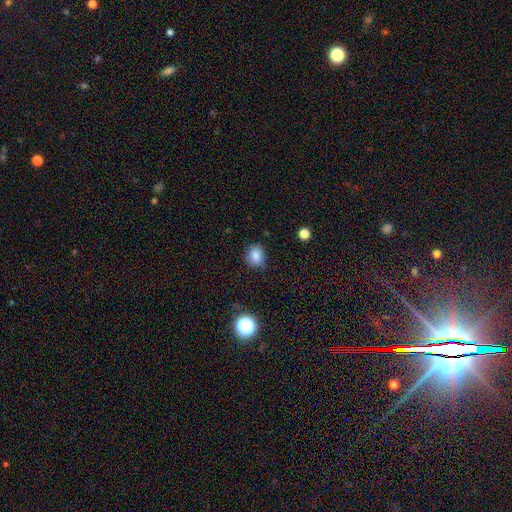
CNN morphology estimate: smooth_or_featured: smooth (p=0.83) [alt: star or artifact p=0.11]
how_rounded: round (p=0.63) [alt: in between p=0.36]
merging: none (p=0.80) [alt: minor disturbance p=0.15]